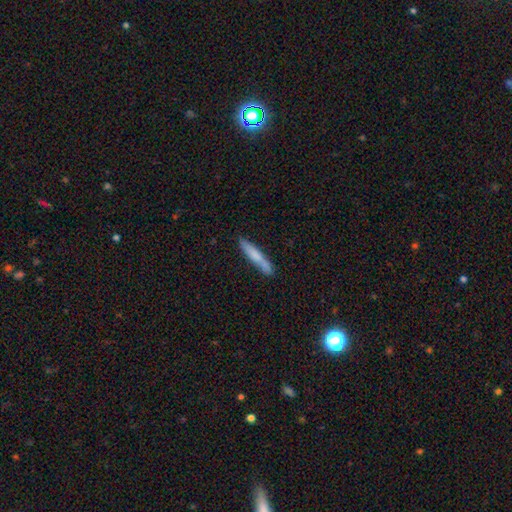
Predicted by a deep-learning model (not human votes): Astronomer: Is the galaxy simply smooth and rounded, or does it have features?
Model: smooth — 68%.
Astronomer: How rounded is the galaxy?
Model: cigar-shaped — 92%.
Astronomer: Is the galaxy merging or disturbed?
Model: none — 75%.